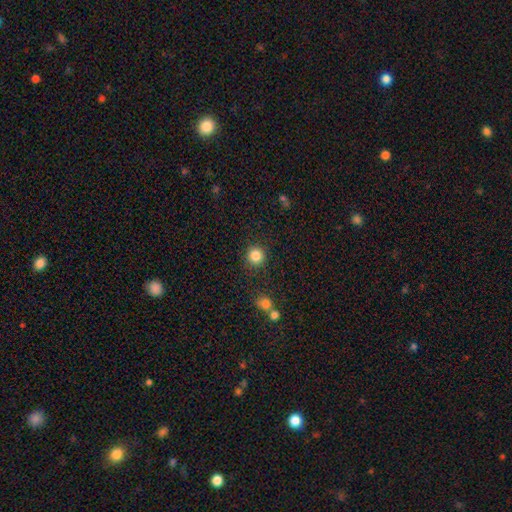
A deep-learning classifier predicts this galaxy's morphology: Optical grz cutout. It shows a smooth galaxy with no disk features (85%) that is round (94%). Merging: none (89%).